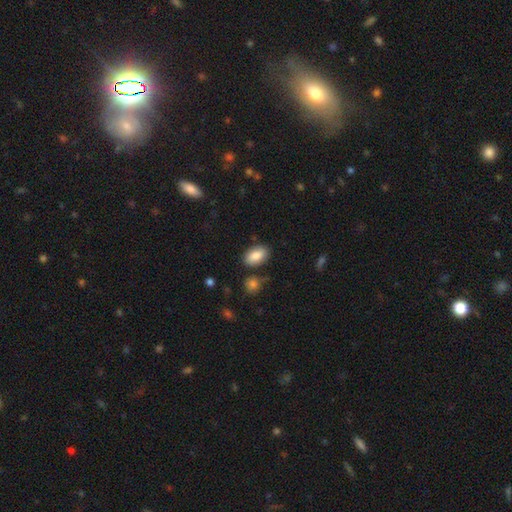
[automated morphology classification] Smooth or featured?
  - smooth: 84% *
  - featured or disk: 9%
  - star or artifact: 7%
How rounded?
  - in between: 92% *
  - round: 6%
  - cigar-shaped: 2%
Merging?
  - none: 79% *
  - minor disturbance: 13%
  - merger: 5%
  - major disturbance: 3%